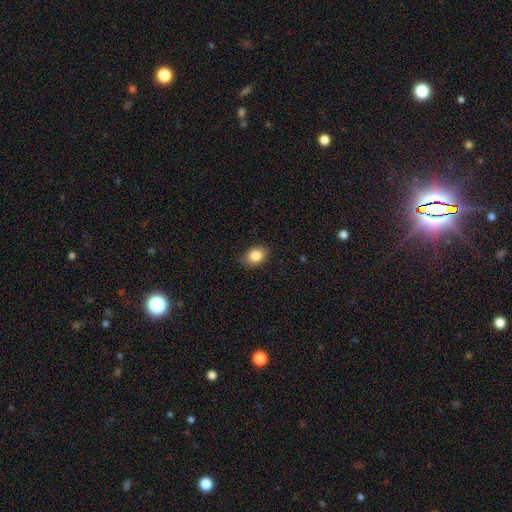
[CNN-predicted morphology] Overall: smooth (85%). How rounded: in between (65%; round 34%). Merging: none (81%).